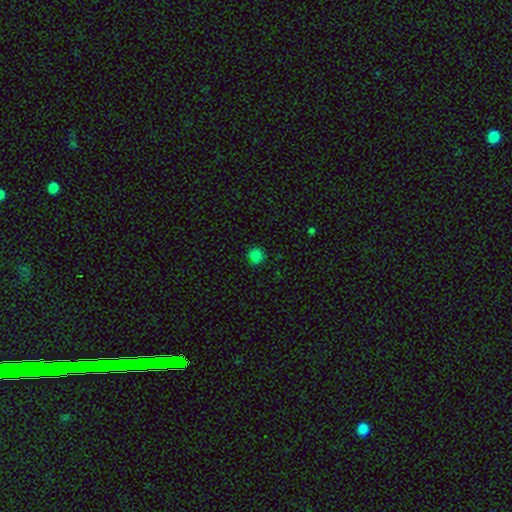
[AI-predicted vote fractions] This appears to be a smooth galaxy with no disk features (82%) that is round (92%). Merging: none (81%).